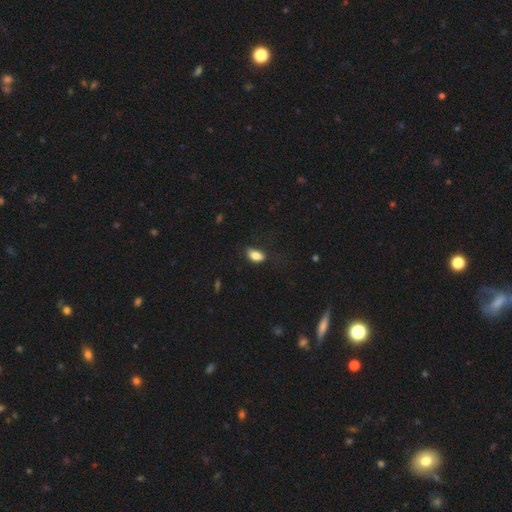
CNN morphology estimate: The model was most divided on "merging": none: 63%, minor disturbance: 25%, major disturbance: 10%, merger: 2%. More confident: how rounded — in between (89%); smooth or featured — smooth (84%).